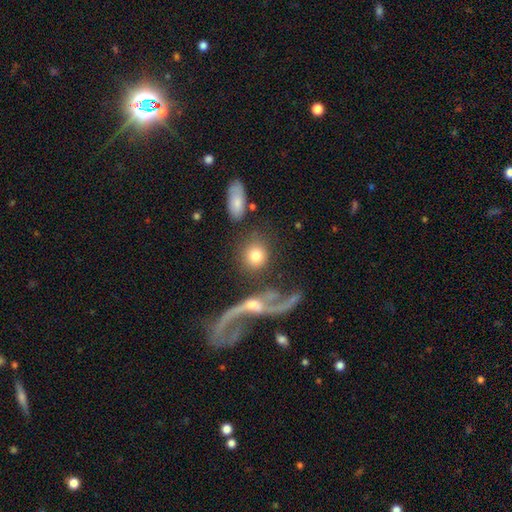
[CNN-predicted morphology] The model was most divided on "merging": none: 57%, merger: 21%, minor disturbance: 12%, major disturbance: 11%. More confident: how rounded — round (79%); smooth or featured — smooth (75%).